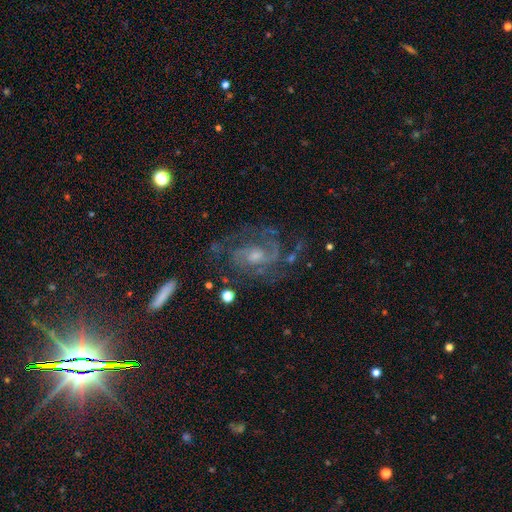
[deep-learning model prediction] Q: Smooth or featured?
A: featured or disk (84%); runner-up: star or artifact (8%)
Q: Edge-on disk?
A: no (97%); runner-up: yes (3%)
Q: Bar?
A: no (52%); runner-up: weak (38%)
Q: Spiral arms?
A: yes (94%); runner-up: no (6%)
Q: Spiral winding?
A: medium (49%); runner-up: tight (36%)
Q: Spiral arm count?
A: 2 (60%); runner-up: can't tell (16%)
Q: Bulge size?
A: small (48%); runner-up: moderate (41%)
Q: Merging?
A: none (64%); runner-up: minor disturbance (18%)